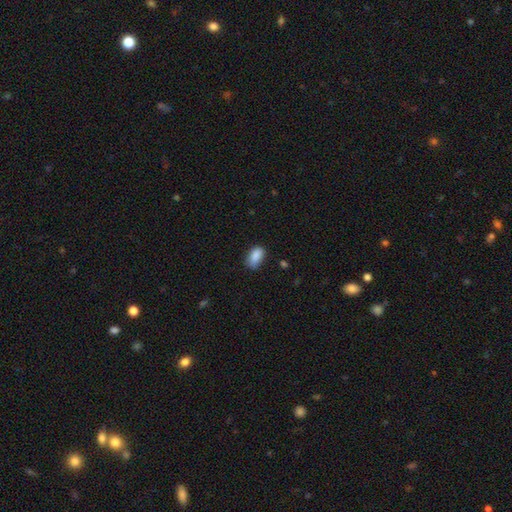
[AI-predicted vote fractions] Smooth or featured? smooth (87%)
How rounded? in between (91%)
Merging? none (69%)